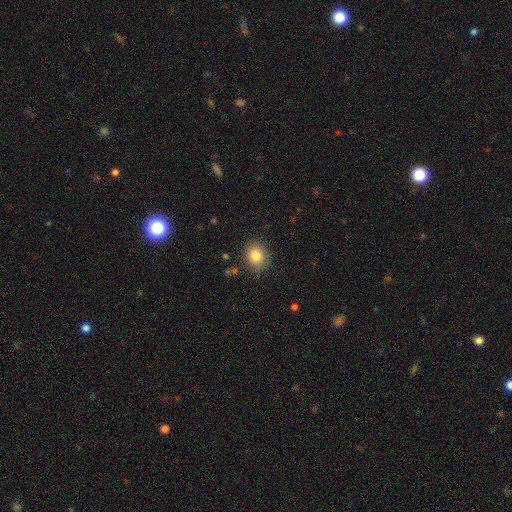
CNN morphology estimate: Q: Smooth or featured?
A: smooth (83%); runner-up: star or artifact (9%)
Q: How rounded?
A: round (61%); runner-up: in between (38%)
Q: Merging?
A: none (85%); runner-up: minor disturbance (11%)